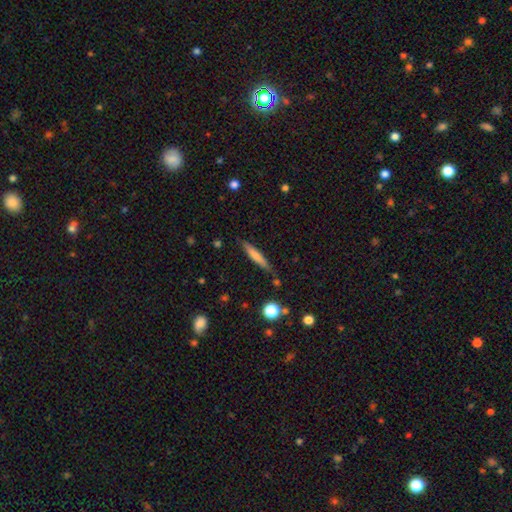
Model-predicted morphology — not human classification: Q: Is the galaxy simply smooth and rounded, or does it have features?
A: smooth — 67%.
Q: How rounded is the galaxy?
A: cigar-shaped — 92%.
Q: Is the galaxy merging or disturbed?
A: none — 80%.